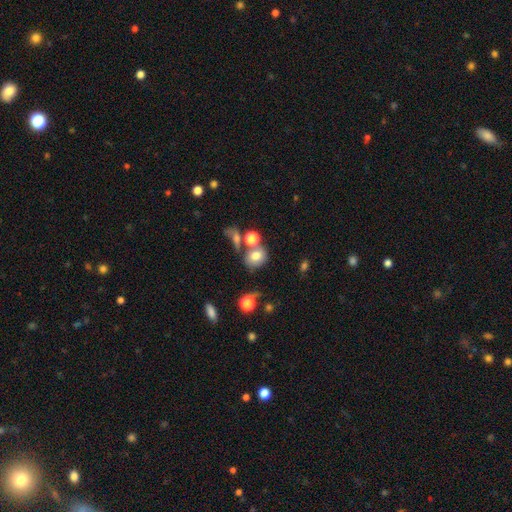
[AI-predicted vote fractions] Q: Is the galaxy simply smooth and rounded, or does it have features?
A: smooth — 73%.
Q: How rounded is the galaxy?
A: round — 64%.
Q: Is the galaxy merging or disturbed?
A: none — 47%.